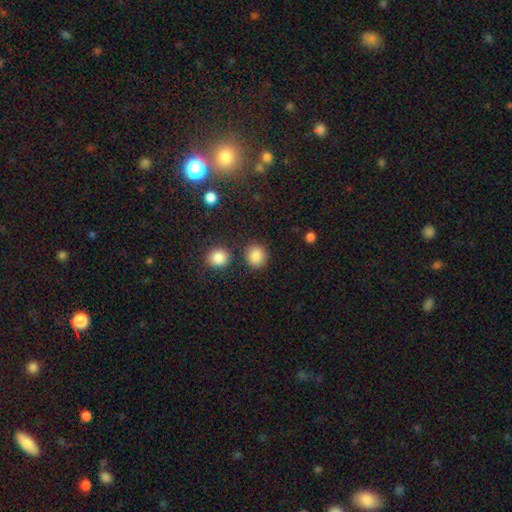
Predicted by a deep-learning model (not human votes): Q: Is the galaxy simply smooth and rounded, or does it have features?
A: smooth — 87%.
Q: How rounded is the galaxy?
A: round — 78%.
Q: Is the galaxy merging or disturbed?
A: none — 82%.